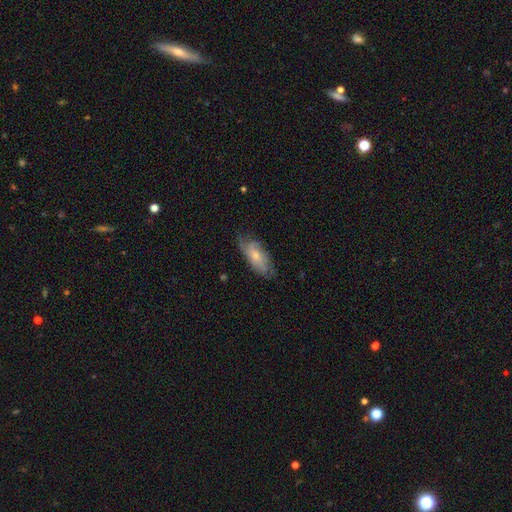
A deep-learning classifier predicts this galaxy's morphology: featured or disk 52%, smooth 42%, star or artifact 7%. Down the decision tree: edge-on disk — no (86%); merging — none (62%).